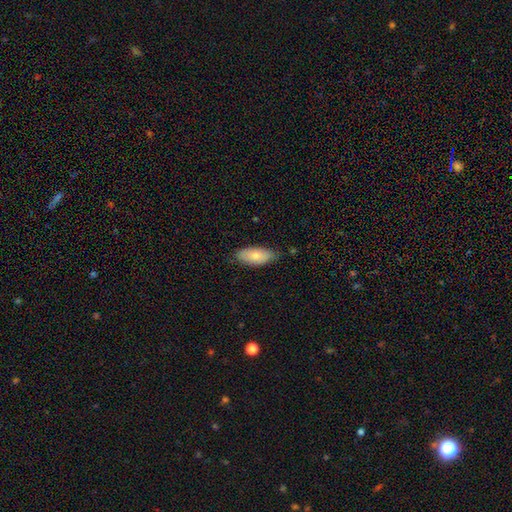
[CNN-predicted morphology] Smooth or featured? Predicted: smooth (p=0.81). How rounded? Predicted: in between (p=0.86). Merging? Predicted: none (p=0.76).